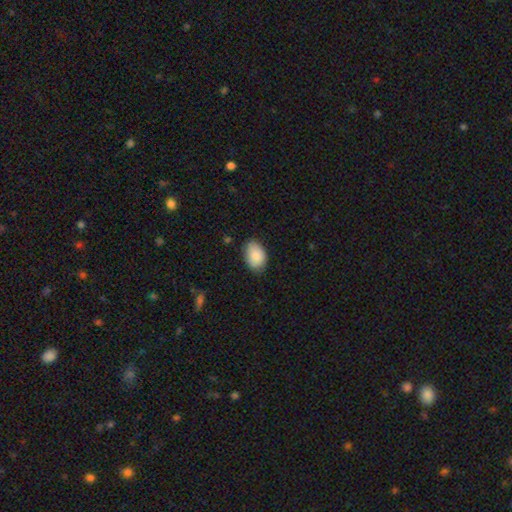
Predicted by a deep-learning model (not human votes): smooth-or-featured: smooth: 88% | featured or disk: 6% | star or artifact: 6%
  how-rounded: in between: 89% | round: 10% | cigar-shaped: 1%
  merging: none: 77% | minor disturbance: 18% | major disturbance: 3% | merger: 1%